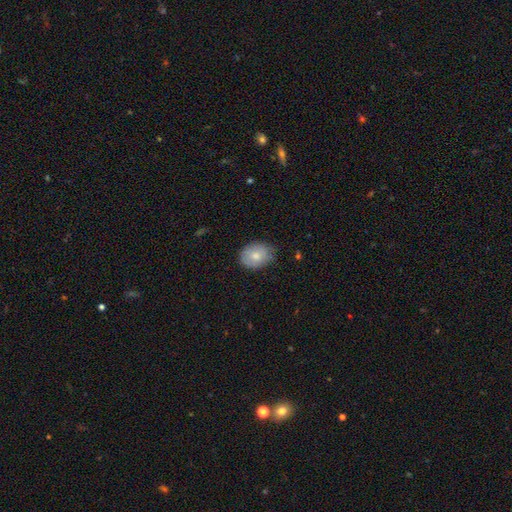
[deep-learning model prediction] Overall: smooth (76%). How rounded: in between (63%; round 36%). Merging: none (73%).